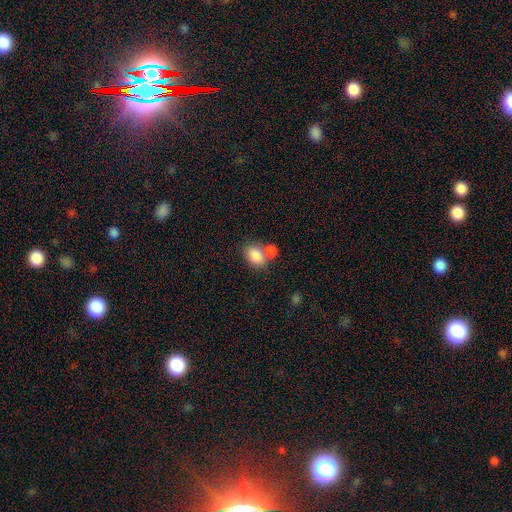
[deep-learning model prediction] This appears to be a smooth galaxy with no disk features (84%) that is in between round and cigar-shaped (81%). Merging: merger (45%).